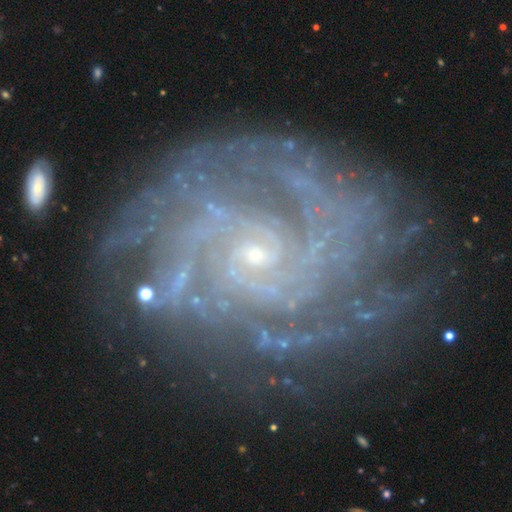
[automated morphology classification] Smooth or featured? featured or disk (90%)
Edge-on disk? no (98%)
Bar? no (63%)
Spiral arms? yes (97%)
Spiral winding? tight (72%)
Spiral arm count? can't tell (24%)
Bulge size? small (81%)
Merging? none (72%)